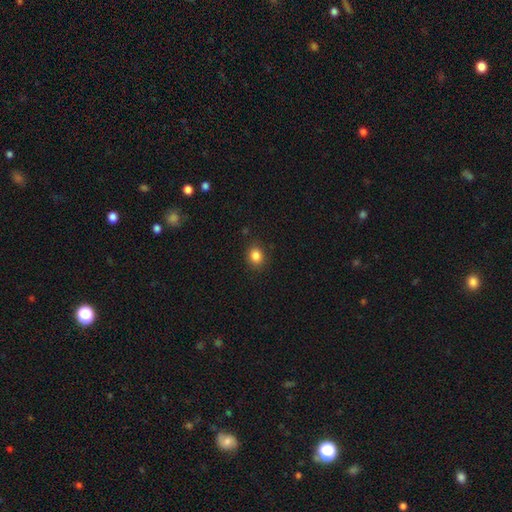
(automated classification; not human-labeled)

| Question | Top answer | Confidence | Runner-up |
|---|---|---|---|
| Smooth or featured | smooth | 85% | star or artifact (11%) |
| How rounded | round | 66% | in between (33%) |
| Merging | none | 88% | minor disturbance (9%) |